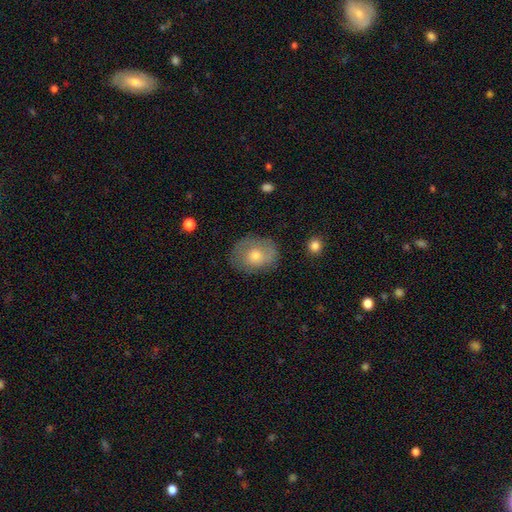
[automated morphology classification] This is likely a smooth galaxy (61%). How rounded: likely in between (61%). Merging: likely none (74%).